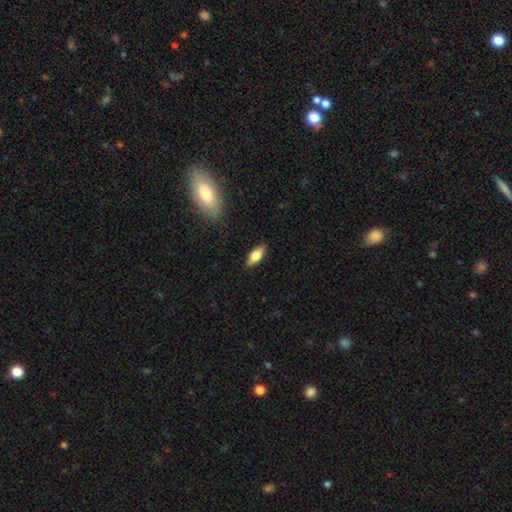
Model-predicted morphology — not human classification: A smooth galaxy with no disk features (70%) that is in between round and cigar-shaped (77%). Merging: none (88%).